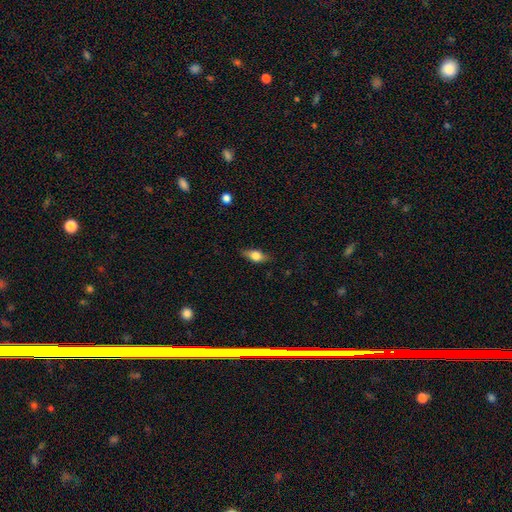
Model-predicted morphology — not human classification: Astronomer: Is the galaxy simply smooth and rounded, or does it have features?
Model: smooth — 64%.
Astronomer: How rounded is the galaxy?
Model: in between — 74%.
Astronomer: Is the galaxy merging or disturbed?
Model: none — 78%.